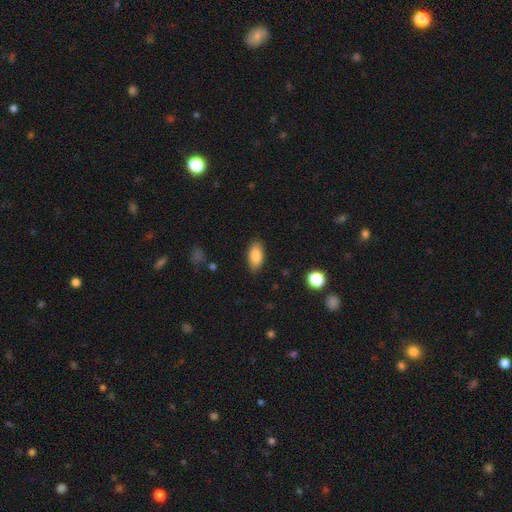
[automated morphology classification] Overall: smooth (85%). How rounded: in between (90%). Merging: none (85%).